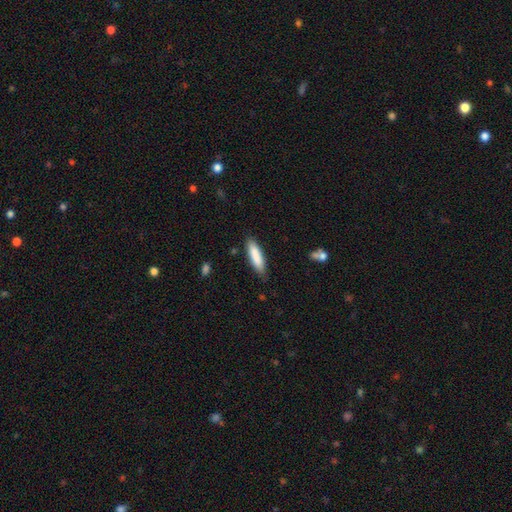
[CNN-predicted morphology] A smooth galaxy with no disk features (85%) that is cigar-shaped (66%). Merging: none (82%).